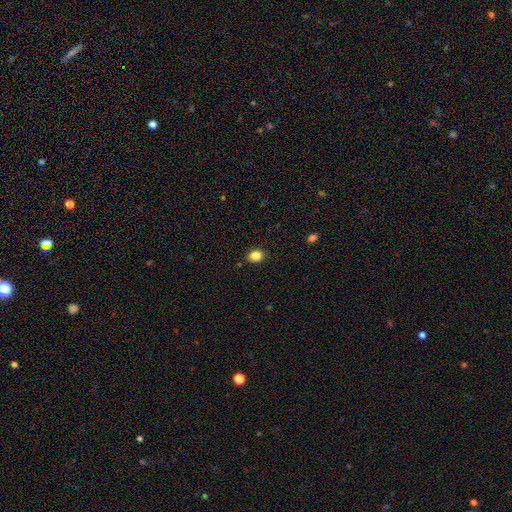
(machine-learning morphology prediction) A smooth galaxy with no disk features (85%) that is round (62%).

Vote fractions:
- Smooth or featured? smooth: 85% / star or artifact: 11% / featured or disk: 4%
- How rounded? round: 62% / in between: 37% / cigar-shaped: 1%
- Merging? none: 89% / minor disturbance: 8% / major disturbance: 2% / merger: 1%